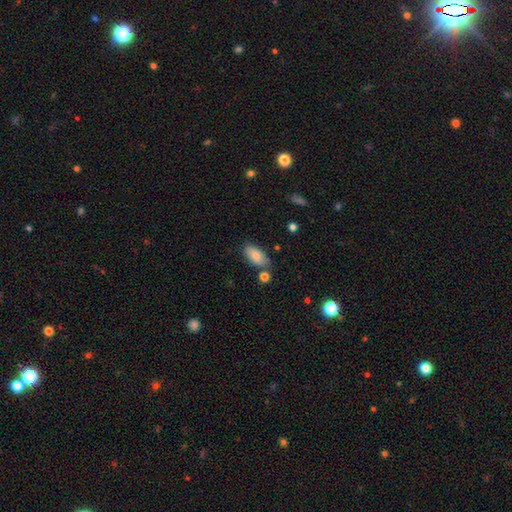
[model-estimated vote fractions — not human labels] Smooth or featured? smooth (84%)
How rounded? in between (92%)
Merging? none (73%)